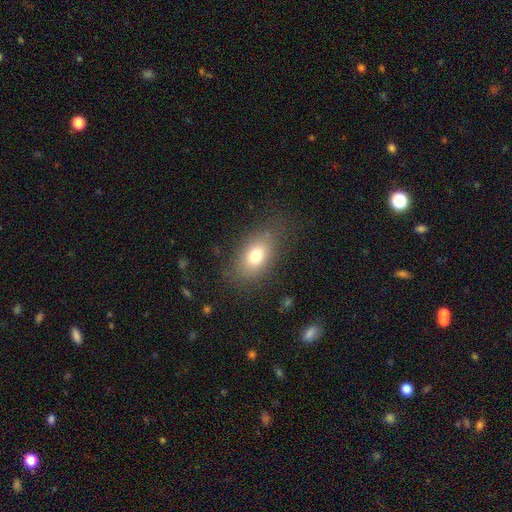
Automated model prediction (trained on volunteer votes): Smooth or featured? Predicted: smooth (p=0.74). How rounded? Predicted: in between (p=0.84). Merging? Predicted: none (p=0.76).